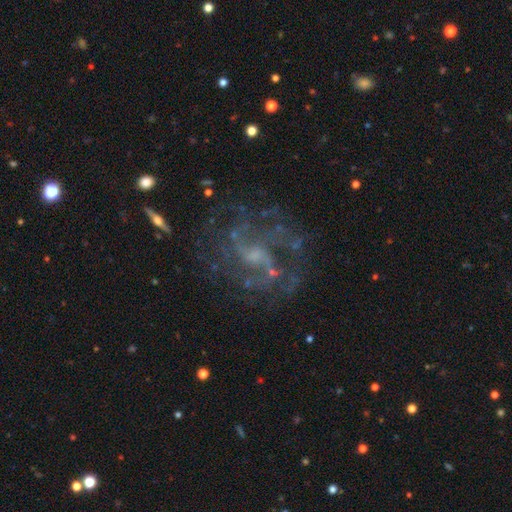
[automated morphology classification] Smooth or featured: featured or disk — 79% (star or artifact — 13%)
Edge-on disk: no — 97% (yes — 3%)
Bar: no — 47% (weak — 43%)
Spiral arms: yes — 83% (no — 17%)
Spiral winding: medium — 45% (loose — 28%)
Spiral arm count: can't tell — 35% (2 — 31%)
Bulge size: small — 50% (none — 25%)
Merging: none — 67% (major disturbance — 15%)